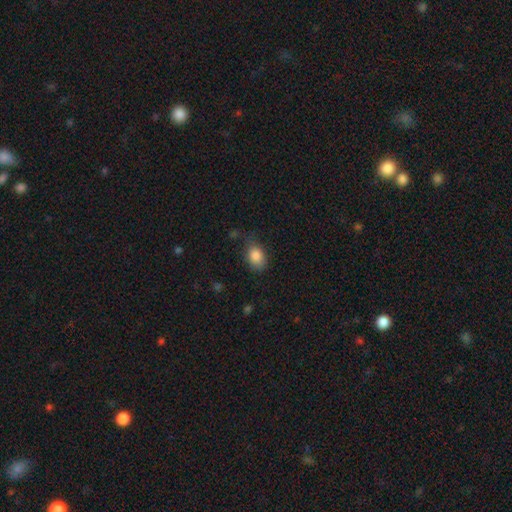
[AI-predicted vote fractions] smooth-or-featured: smooth: 85% | star or artifact: 9% | featured or disk: 6%
  how-rounded: in between: 73% | round: 26% | cigar-shaped: 1%
  merging: none: 64% | minor disturbance: 26% | major disturbance: 7% | merger: 2%